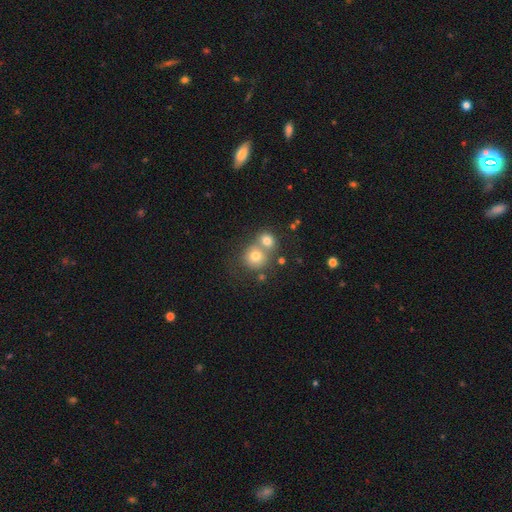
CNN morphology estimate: Smooth or featured? smooth (74%)
How rounded? round (82%)
Merging? merger (52%)